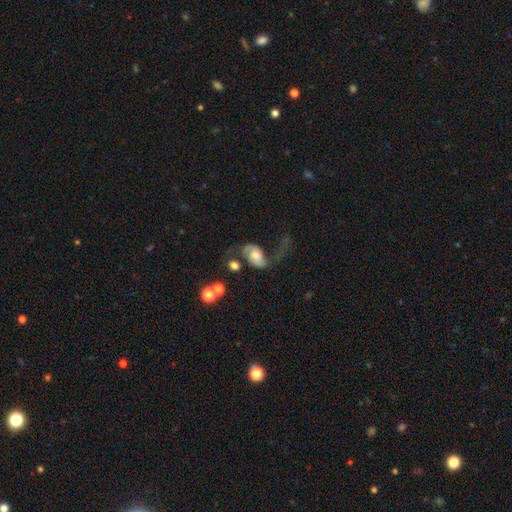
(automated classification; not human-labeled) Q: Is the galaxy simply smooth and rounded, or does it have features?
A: featured or disk — 66%.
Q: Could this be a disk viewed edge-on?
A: no — 97%.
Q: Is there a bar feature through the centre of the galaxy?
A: no — 57%.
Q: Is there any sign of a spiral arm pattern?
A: yes — 87%.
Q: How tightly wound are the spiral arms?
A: loose — 72%.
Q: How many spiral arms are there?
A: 2 — 83%.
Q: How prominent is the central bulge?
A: moderate — 48%.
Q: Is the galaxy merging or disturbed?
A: major disturbance — 38%.